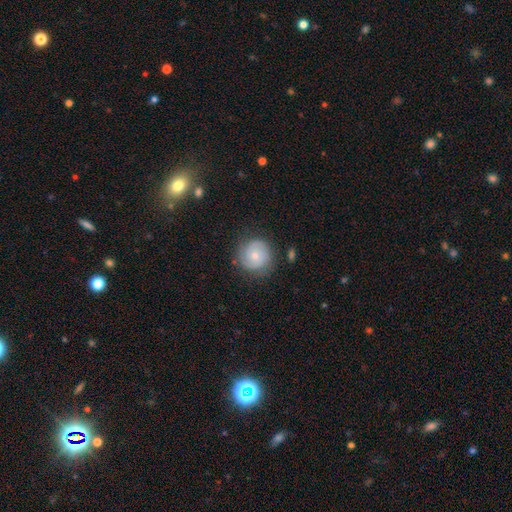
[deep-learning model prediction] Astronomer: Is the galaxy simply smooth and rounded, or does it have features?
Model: featured or disk — 52% (runner-up: smooth, 41%).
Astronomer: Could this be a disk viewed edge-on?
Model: no — 98%.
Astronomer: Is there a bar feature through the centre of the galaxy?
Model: no — 75%.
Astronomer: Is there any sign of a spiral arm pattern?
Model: yes — 84%.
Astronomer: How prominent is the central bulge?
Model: small — 55% (runner-up: moderate, 40%).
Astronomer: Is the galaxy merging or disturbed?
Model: none — 77%.